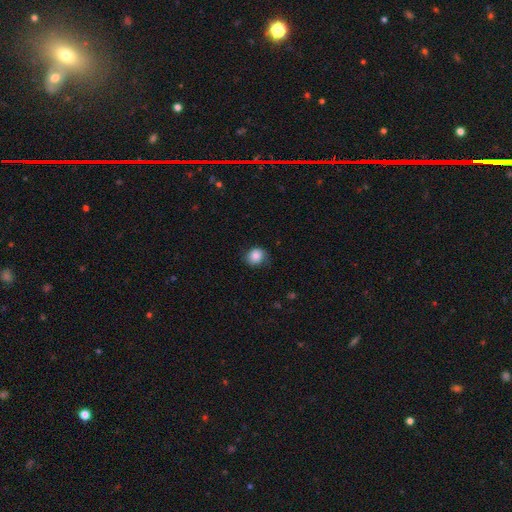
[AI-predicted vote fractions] smooth-or-featured: smooth: 85% | star or artifact: 9% | featured or disk: 6%
  how-rounded: round: 74% | in between: 25% | cigar-shaped: 1%
  merging: none: 74% | minor disturbance: 20% | major disturbance: 5% | merger: 1%